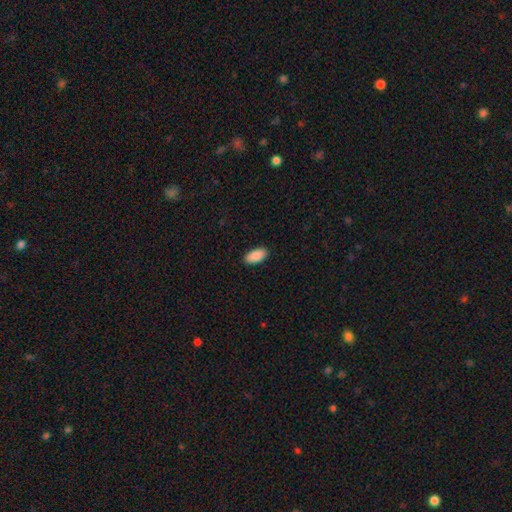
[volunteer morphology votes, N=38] A smooth galaxy with no disk features (92%) that is in between round and cigar-shaped (91%).

Vote fractions:
- Smooth or featured? smooth: 92% / star or artifact: 8% / featured or disk: 0%
- How rounded? in between: 91% / round: 6% / cigar-shaped: 3%
- Merging? none: 86% / merger: 9% / minor disturbance: 3% / major disturbance: 3%